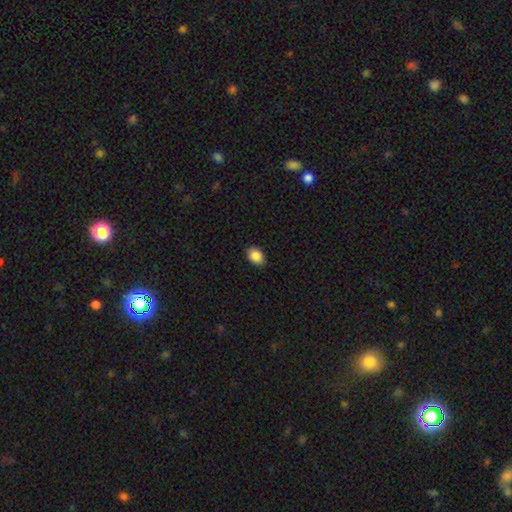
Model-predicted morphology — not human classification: Smooth or featured? smooth (88%)
How rounded? in between (78%)
Merging? none (87%)